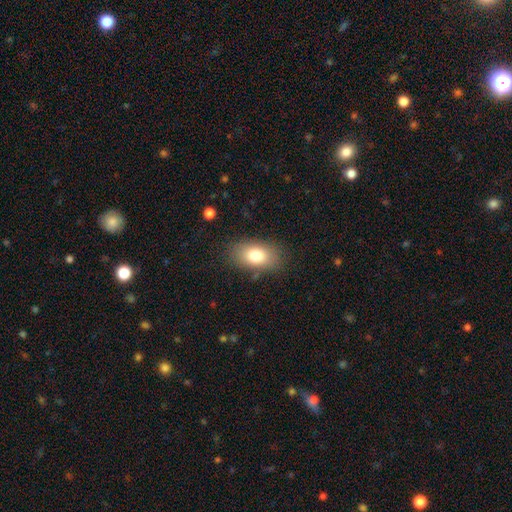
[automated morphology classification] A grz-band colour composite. It shows a smooth galaxy with no disk features (78%) that is in between round and cigar-shaped (89%). Merging: none (81%).